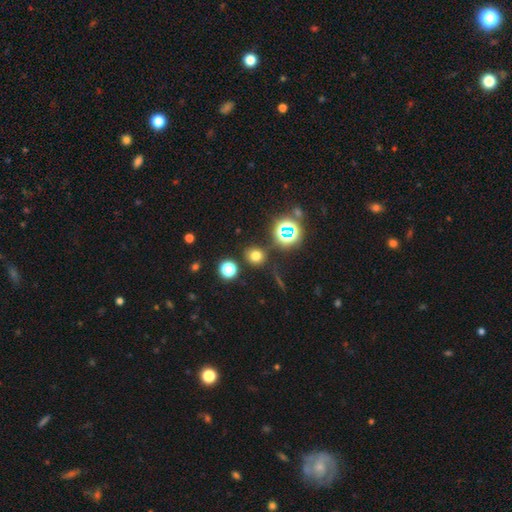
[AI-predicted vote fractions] This is likely a smooth galaxy (68%). How rounded: clearly round (83%). Merging: clearly none (82%).